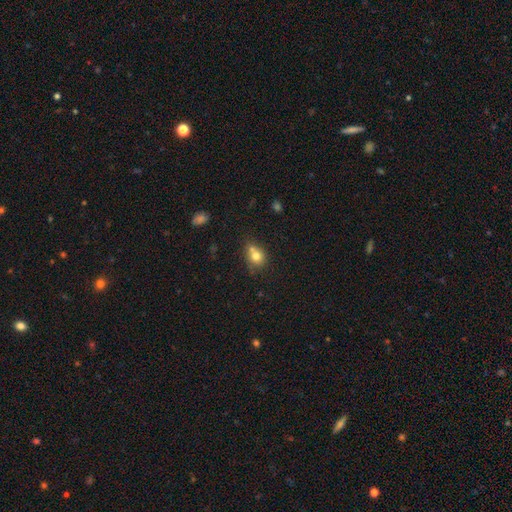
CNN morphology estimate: smooth 74%, featured or disk 14%, star or artifact 12%. Down the decision tree: how rounded — round (69%); merging — none (44%).